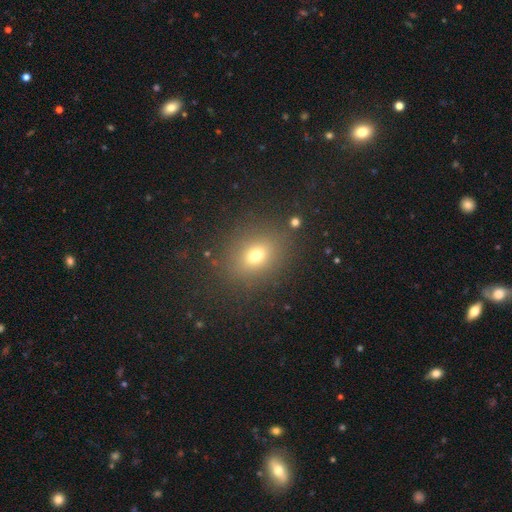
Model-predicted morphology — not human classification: Smooth or featured? smooth (71%)
How rounded? in between (51%)
Merging? none (84%)